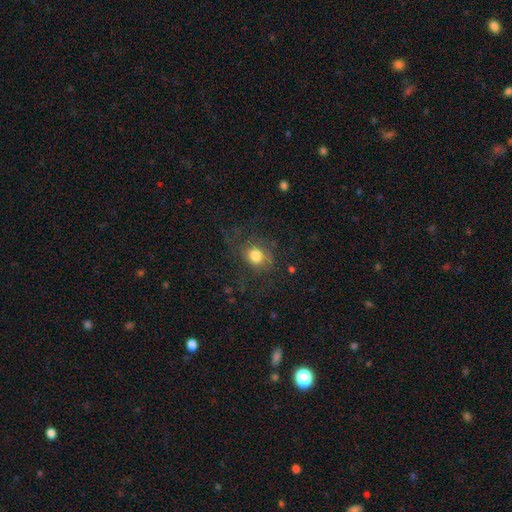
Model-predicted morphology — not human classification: Smooth or featured? smooth (68%)
How rounded? round (68%)
Merging? none (61%)